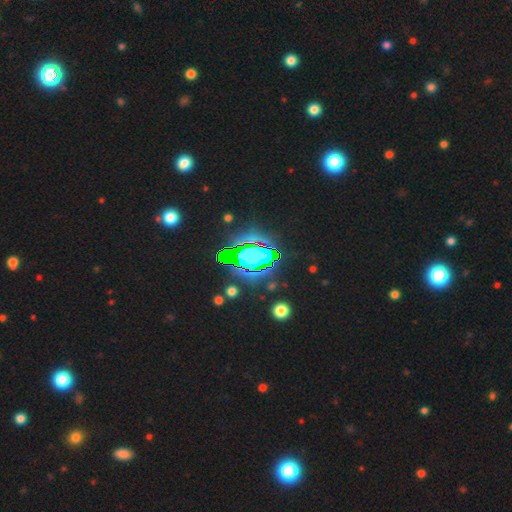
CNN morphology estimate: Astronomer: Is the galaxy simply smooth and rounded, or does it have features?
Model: star or artifact — 66%.